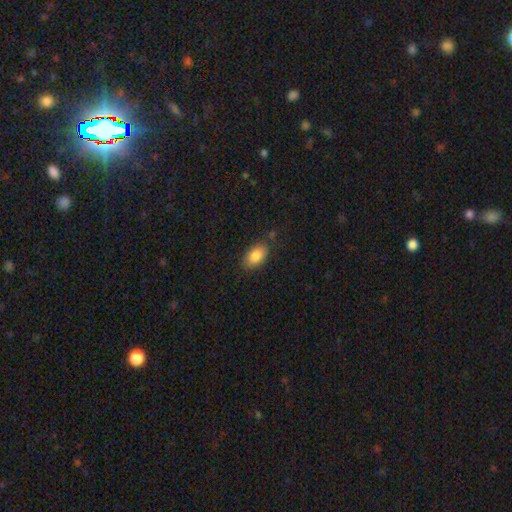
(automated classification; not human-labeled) Smooth or featured: smooth — 85% (featured or disk — 8%)
How rounded: in between — 92% (round — 6%)
Merging: none — 80% (minor disturbance — 14%)